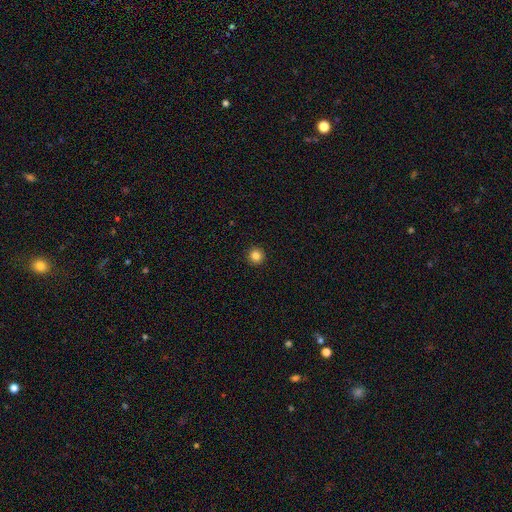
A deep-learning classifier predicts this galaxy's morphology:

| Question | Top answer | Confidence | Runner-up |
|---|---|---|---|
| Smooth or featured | smooth | 85% | star or artifact (11%) |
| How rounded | round | 96% | in between (3%) |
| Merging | none | 93% | minor disturbance (4%) |